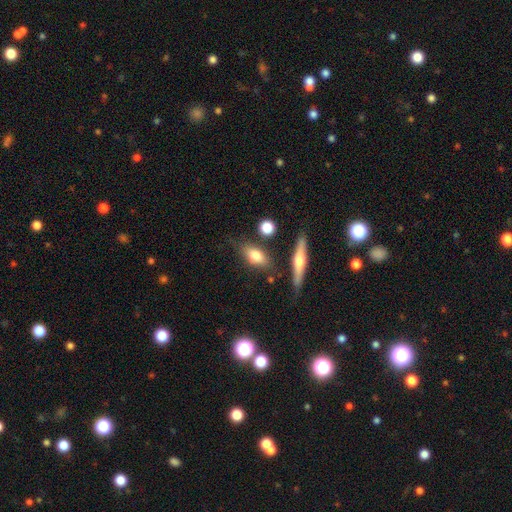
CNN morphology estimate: Overall: smooth (73%). How rounded: in between (76%). Merging: none (72%).